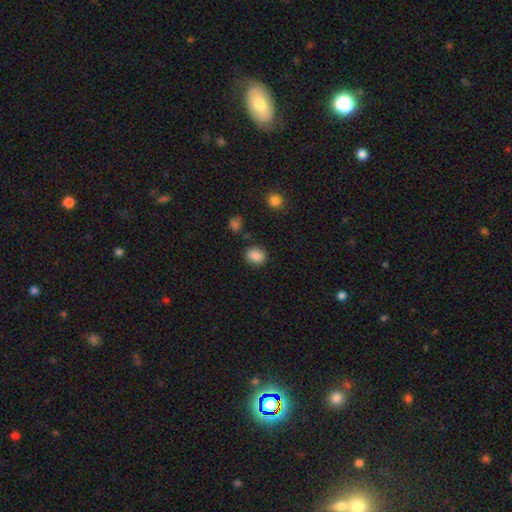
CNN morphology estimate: type=smooth (86%); roundness=round (56%); merging=none (84%).